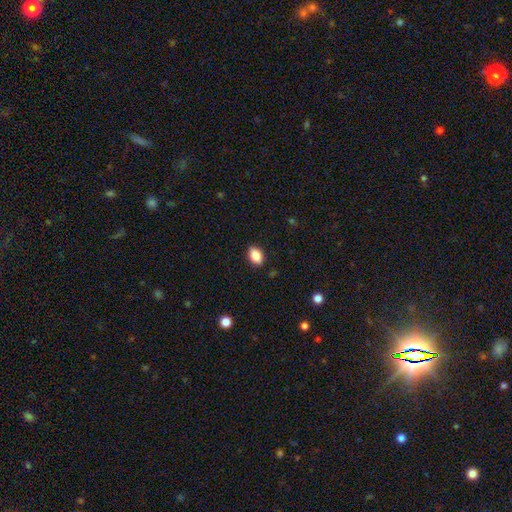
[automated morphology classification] type=smooth (85%); roundness=in between (87%); merging=none (89%).